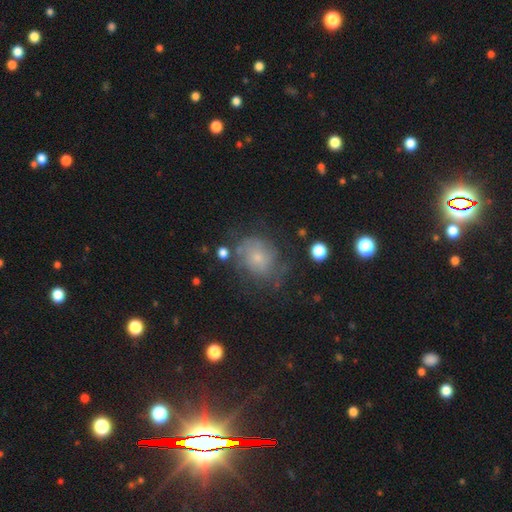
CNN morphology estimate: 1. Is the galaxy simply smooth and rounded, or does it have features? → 44% smooth, 43% featured or disk, 14% star or artifact.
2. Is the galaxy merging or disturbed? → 57% none, 24% minor disturbance, 16% major disturbance, 3% merger.